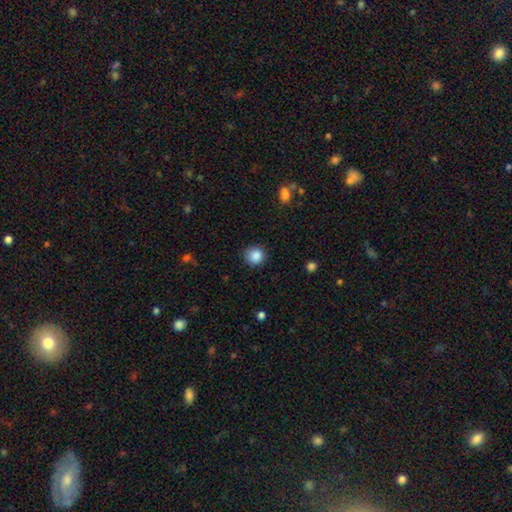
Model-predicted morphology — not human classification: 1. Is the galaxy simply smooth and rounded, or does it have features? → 87% smooth, 10% star or artifact, 3% featured or disk.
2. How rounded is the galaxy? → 91% round, 8% in between, 1% cigar-shaped.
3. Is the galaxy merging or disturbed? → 86% none, 10% minor disturbance, 3% major disturbance, 1% merger.